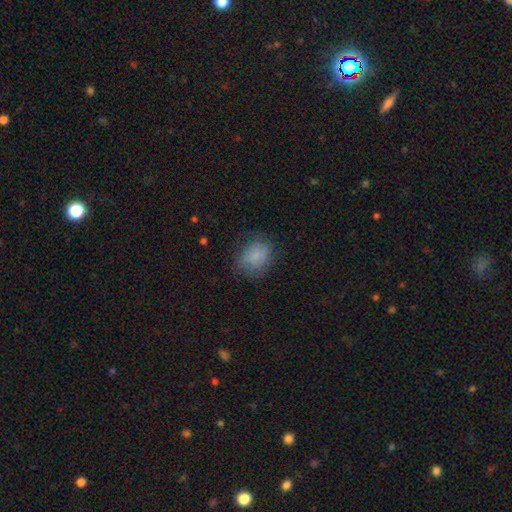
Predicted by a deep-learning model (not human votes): A smooth galaxy with no disk features (80%) that is round (53%). Merging: none (70%).